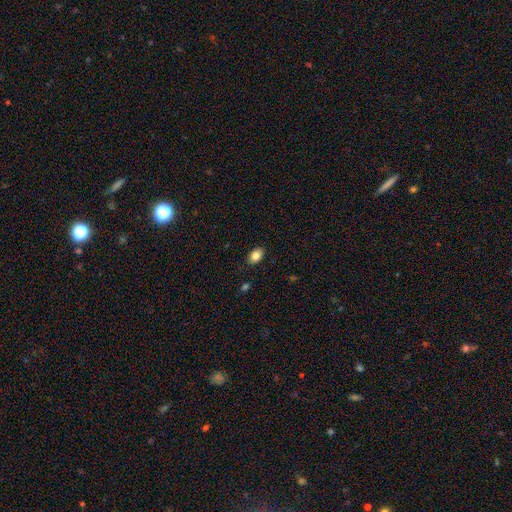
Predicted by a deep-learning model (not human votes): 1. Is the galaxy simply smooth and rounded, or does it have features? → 84% smooth, 9% star or artifact, 7% featured or disk.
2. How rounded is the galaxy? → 85% in between, 13% round, 1% cigar-shaped.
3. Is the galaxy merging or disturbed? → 86% none, 10% minor disturbance, 2% major disturbance, 1% merger.